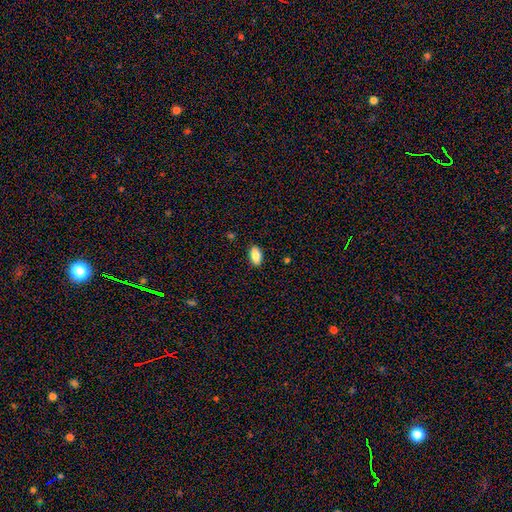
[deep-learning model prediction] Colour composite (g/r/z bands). It shows a smooth galaxy with no disk features (86%) that is in between round and cigar-shaped (92%). Merging: none (88%).